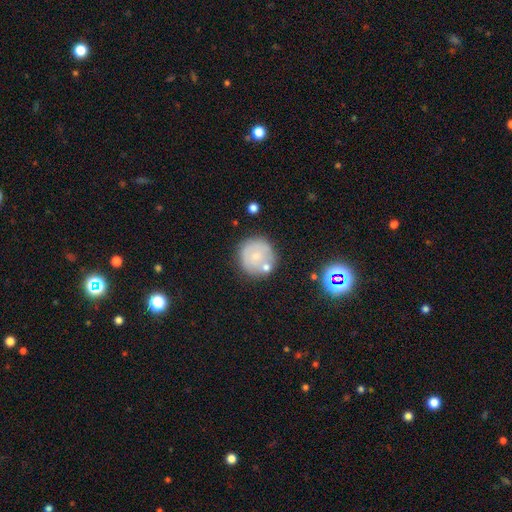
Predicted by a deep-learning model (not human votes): Smooth or featured?
  - smooth: 60% *
  - featured or disk: 32%
  - star or artifact: 9%
How rounded?
  - round: 94% *
  - in between: 5%
  - cigar-shaped: 1%
Merging?
  - none: 68% *
  - minor disturbance: 15%
  - merger: 12%
  - major disturbance: 5%